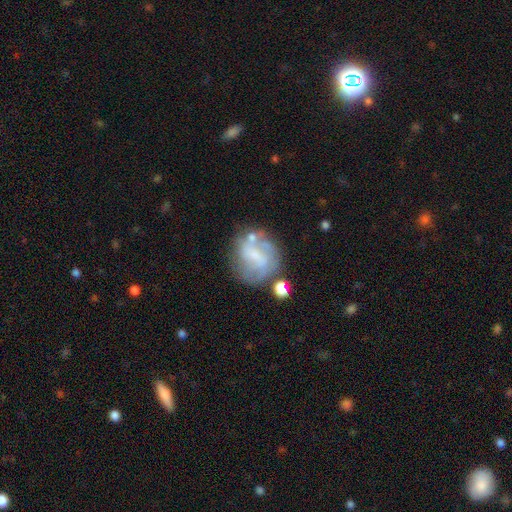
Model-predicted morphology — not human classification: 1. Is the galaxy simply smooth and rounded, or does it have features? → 56% featured or disk, 34% smooth, 10% star or artifact.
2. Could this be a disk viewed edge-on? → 97% no, 3% yes.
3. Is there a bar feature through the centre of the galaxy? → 41% weak, 40% no, 19% strong.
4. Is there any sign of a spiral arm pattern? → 50% no (tied), 50% yes (tied).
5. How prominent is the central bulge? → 38% small, 37% none, 20% moderate, 3% large, 1% dominant.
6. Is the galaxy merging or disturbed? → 51% none, 21% minor disturbance, 16% major disturbance, 13% merger.